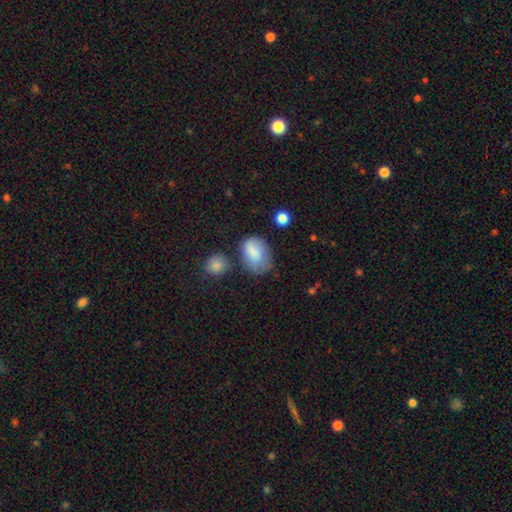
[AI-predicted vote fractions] A smooth galaxy with no disk features (76%) that is in between round and cigar-shaped (79%).

Vote fractions:
- Smooth or featured? smooth: 76% / featured or disk: 16% / star or artifact: 8%
- How rounded? in between: 79% / round: 20% / cigar-shaped: 1%
- Merging? none: 48% / minor disturbance: 29% / major disturbance: 14% / merger: 9%